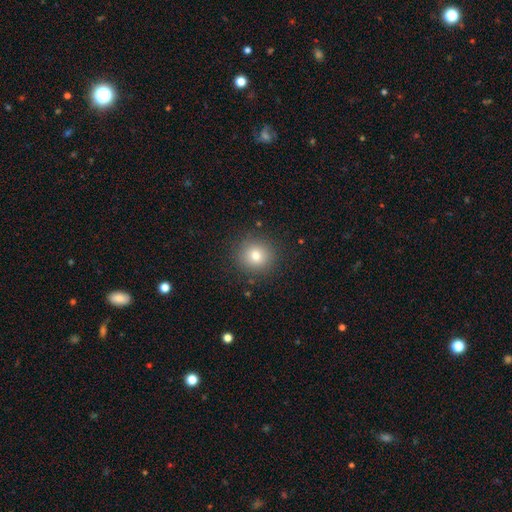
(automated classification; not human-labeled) A smooth galaxy with no disk features (78%) that is round (91%).

Vote fractions:
- Smooth or featured? smooth: 78% / star or artifact: 13% / featured or disk: 9%
- How rounded? round: 91% / in between: 8% / cigar-shaped: 1%
- Merging? none: 89% / minor disturbance: 7% / major disturbance: 3% / merger: 1%